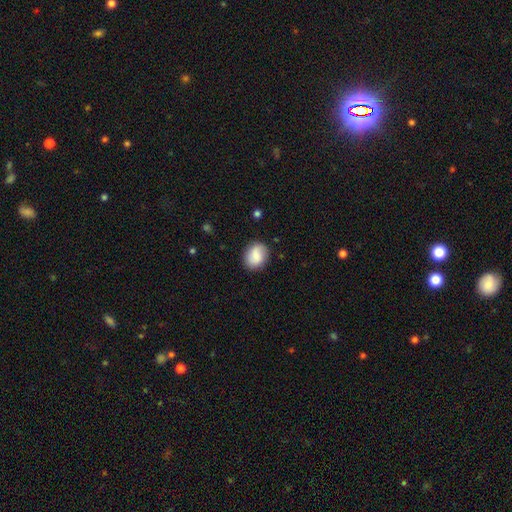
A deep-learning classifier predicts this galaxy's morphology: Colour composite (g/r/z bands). It shows a smooth galaxy with no disk features (80%) that is round (55%). Merging: none (83%).